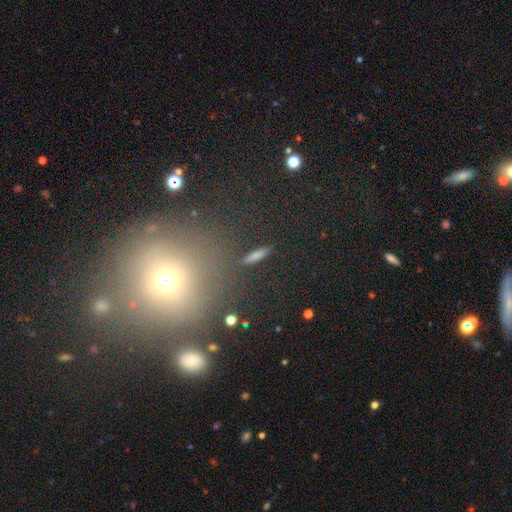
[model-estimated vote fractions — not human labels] smooth_or_featured: smooth (p=0.75) [alt: star or artifact p=0.14]
how_rounded: cigar-shaped (p=0.81) [alt: in between p=0.15]
merging: none (p=0.87) [alt: minor disturbance p=0.08]